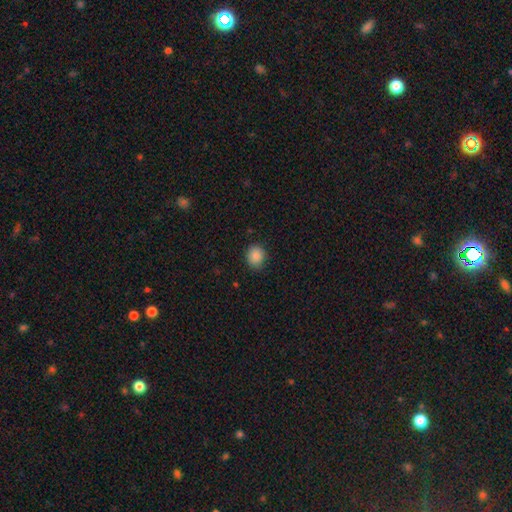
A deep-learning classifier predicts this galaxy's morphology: A smooth galaxy with no disk features (88%) that is round (77%). Merging: none (86%).